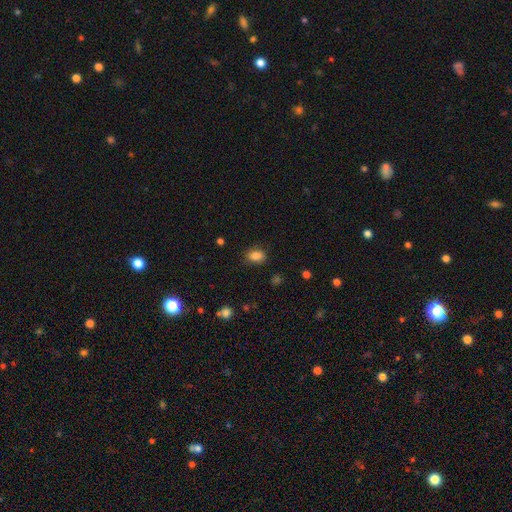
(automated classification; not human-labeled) Overall: smooth (84%). How rounded: in between (78%). Merging: none (83%).